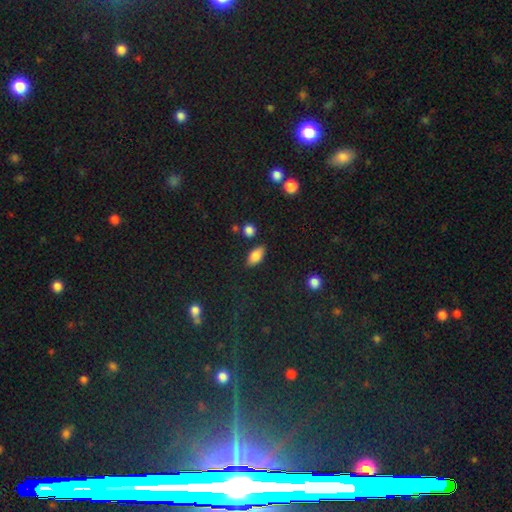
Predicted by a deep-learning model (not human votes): This appears to be a smooth galaxy with no disk features (82%) that is in between round and cigar-shaped (88%). Merging: none (81%).